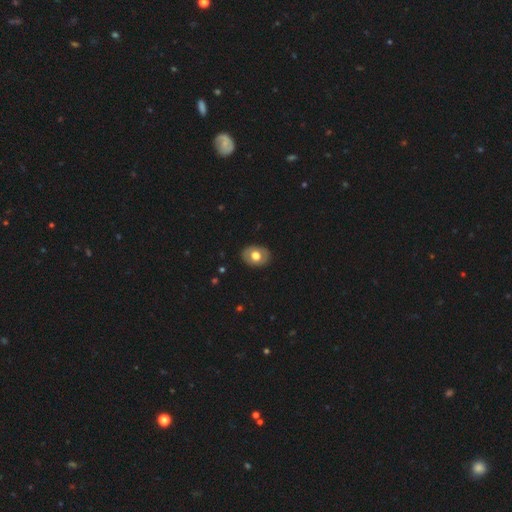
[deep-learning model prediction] This is likely a smooth galaxy (63%). How rounded: likely in between (62%). Merging: clearly none (87%).